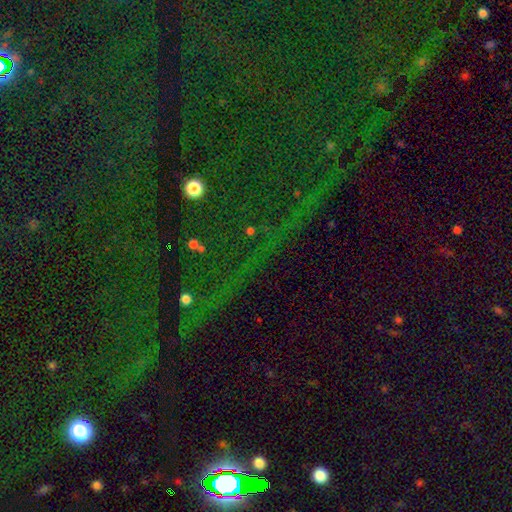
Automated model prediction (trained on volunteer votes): This appears to be a star or artifact, not a galaxy (80%).